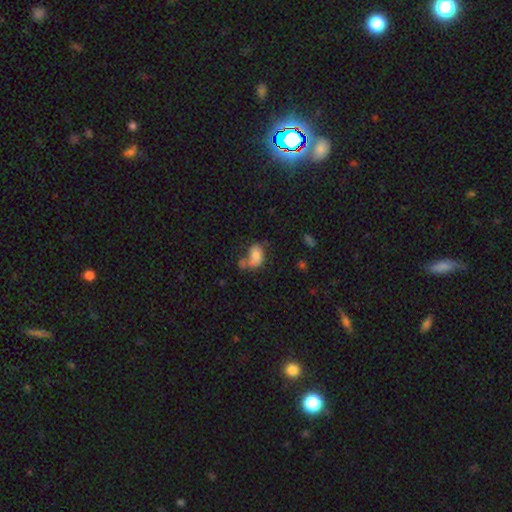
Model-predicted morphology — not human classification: Smooth or featured: smooth — 70% (featured or disk — 20%)
How rounded: in between — 87% (round — 12%)
Merging: none — 32% (merger — 28%)